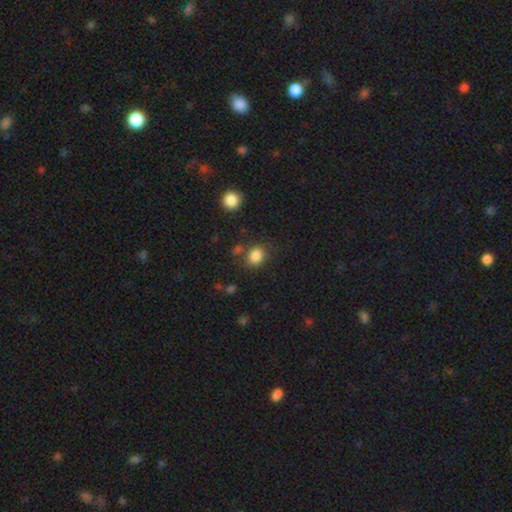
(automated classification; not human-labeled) Morphology: type=smooth (84%); roundness=round (53%); merging=none (73%).